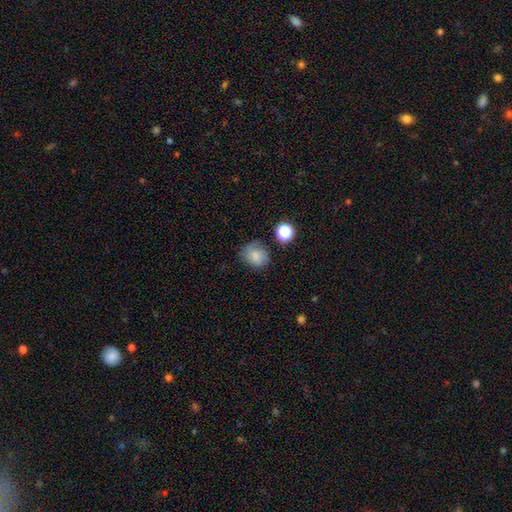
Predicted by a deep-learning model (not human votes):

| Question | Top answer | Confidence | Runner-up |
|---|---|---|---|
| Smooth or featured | smooth | 74% | featured or disk (14%) |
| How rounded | round | 63% | in between (36%) |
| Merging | none | 64% | minor disturbance (24%) |